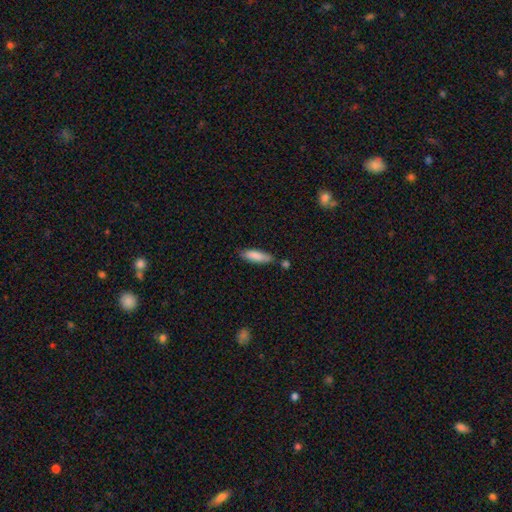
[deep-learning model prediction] Overall: smooth (85%). How rounded: cigar-shaped (55%; in between 43%). Merging: none (71%).